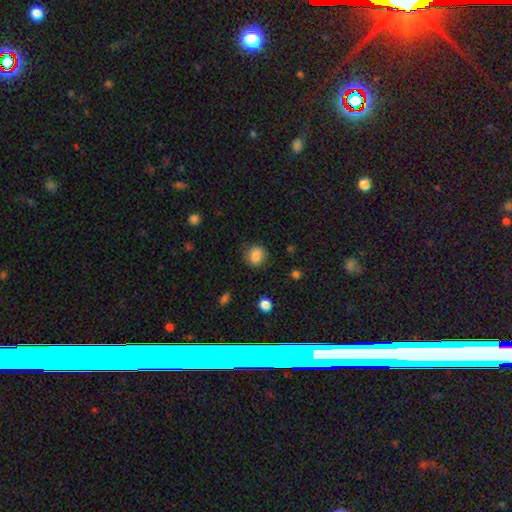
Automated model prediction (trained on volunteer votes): A smooth galaxy with no disk features (85%) that is round (74%).

Vote fractions:
- Smooth or featured? smooth: 85% / star or artifact: 10% / featured or disk: 5%
- How rounded? round: 74% / in between: 25% / cigar-shaped: 1%
- Merging? none: 81% / minor disturbance: 14% / major disturbance: 4% / merger: 1%